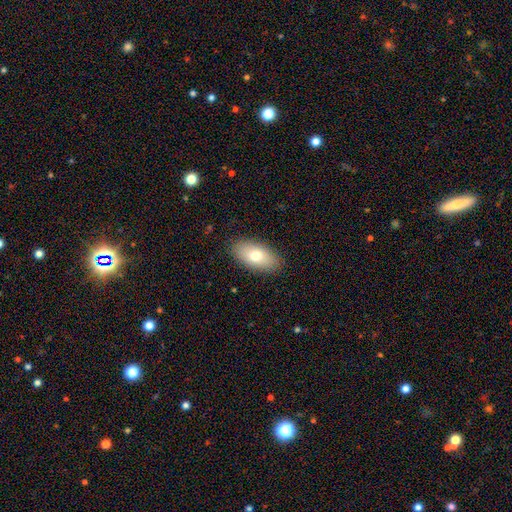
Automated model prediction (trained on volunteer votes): The model was most divided on "smooth or featured": smooth: 75%, featured or disk: 18%, star or artifact: 7%. More confident: how rounded — in between (92%); merging — none (87%).